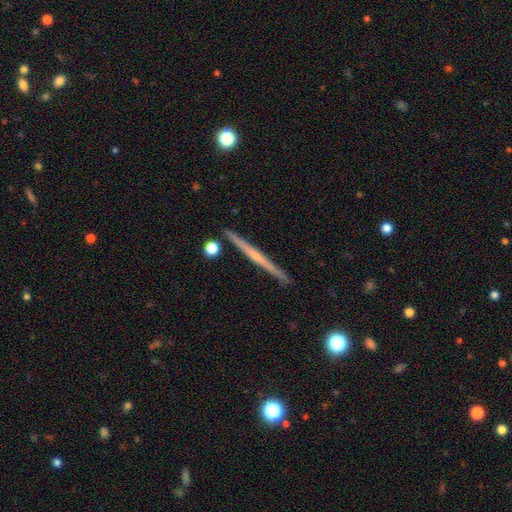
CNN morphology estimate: Smooth or featured: featured or disk — 66% (smooth — 28%)
Edge-on disk: yes — 98% (no — 2%)
Edge-on bulge: none — 66% (rounded — 28%)
Merging: none — 92% (minor disturbance — 5%)